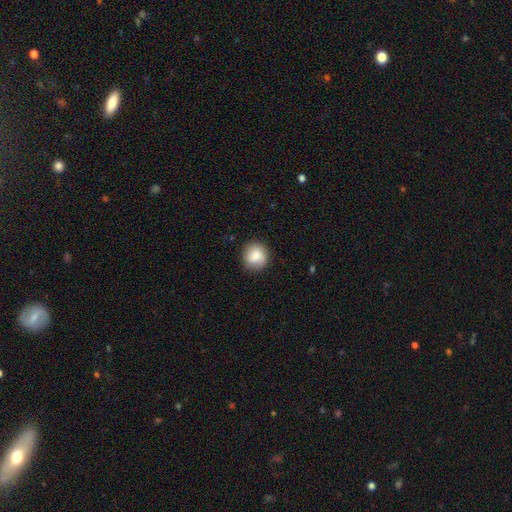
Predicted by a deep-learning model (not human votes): Smooth or featured? smooth (80%)
How rounded? round (89%)
Merging? none (85%)